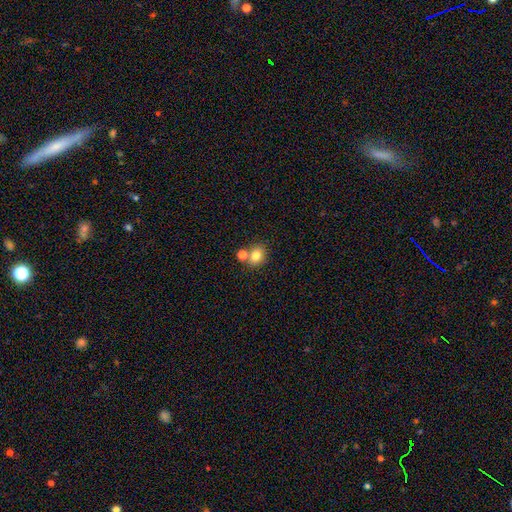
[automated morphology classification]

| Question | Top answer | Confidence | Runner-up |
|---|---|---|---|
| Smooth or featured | smooth | 80% | star or artifact (11%) |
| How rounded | round | 66% | in between (33%) |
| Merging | none | 61% | merger (26%) |